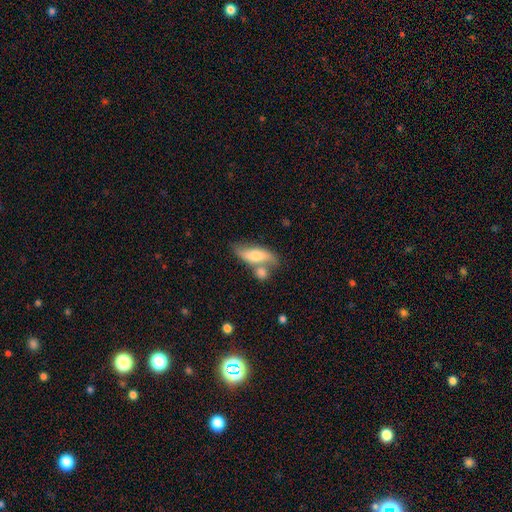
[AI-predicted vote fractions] Smooth or featured?
  - smooth: 53% *
  - featured or disk: 40%
  - star or artifact: 7%
How rounded?
  - in between: 65% *
  - cigar-shaped: 29%
  - round: 6%
Merging?
  - none: 46% *
  - merger: 29%
  - minor disturbance: 17%
  - major disturbance: 8%